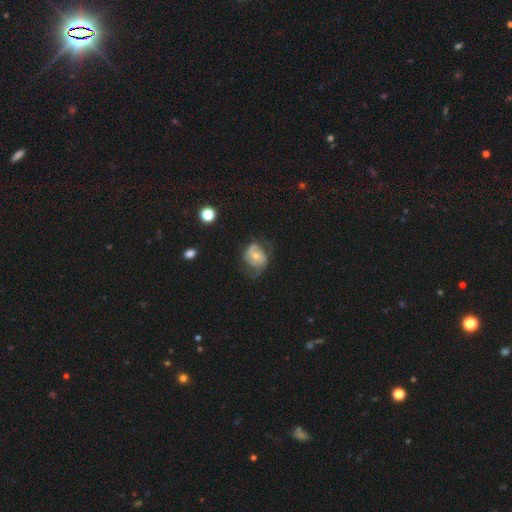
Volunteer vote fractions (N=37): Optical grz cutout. It shows a featured or disk galaxy (68%) with no bar (67%), 2 (56%) loose (50%) spiral arms (67%) and a moderate central bulge (50%, tied with small). Merging: none (36%).